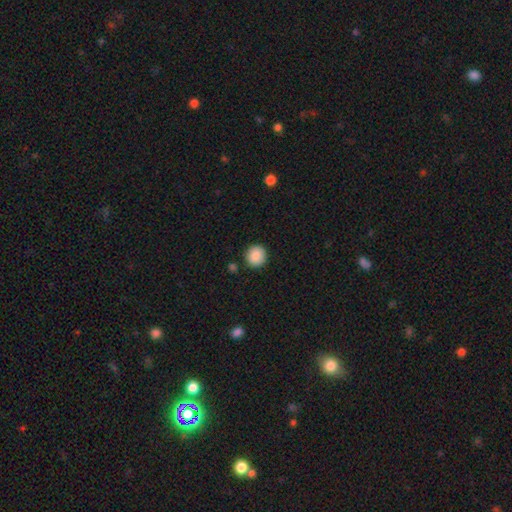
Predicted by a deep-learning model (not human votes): A smooth galaxy with no disk features (89%) that is round (90%).

Vote fractions:
- Smooth or featured? smooth: 89% / star or artifact: 8% / featured or disk: 4%
- How rounded? round: 90% / in between: 10% / cigar-shaped: 1%
- Merging? none: 89% / minor disturbance: 7% / major disturbance: 2% / merger: 2%